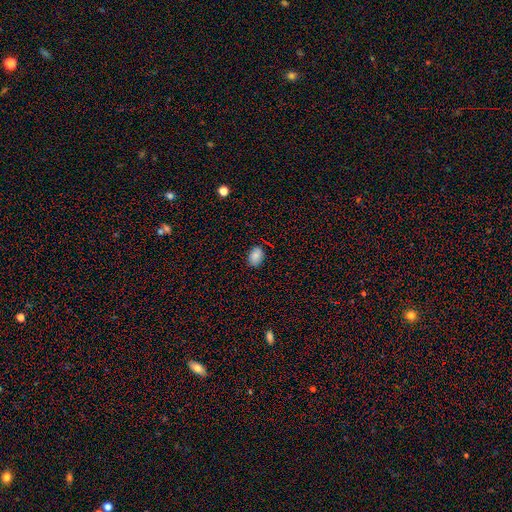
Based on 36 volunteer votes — Smooth or featured: smooth — 92% (star or artifact — 6%)
How rounded: in between — 70% (round — 30%)
Merging: none — 85% (minor disturbance — 9%)